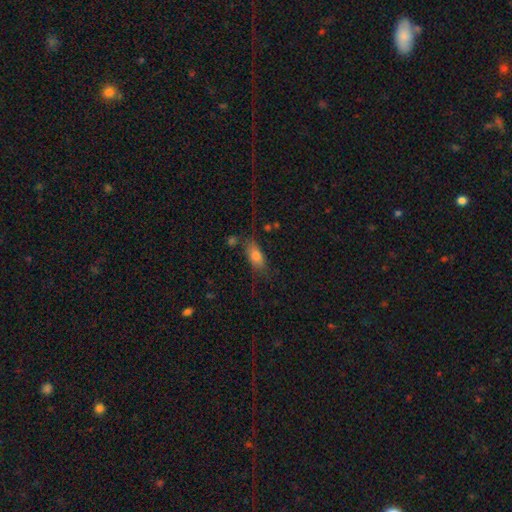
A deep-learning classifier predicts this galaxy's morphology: smooth-or-featured: smooth: 76% | featured or disk: 15% | star or artifact: 9%
  how-rounded: in between: 81% | cigar-shaped: 15% | round: 5%
  merging: none: 59% | minor disturbance: 22% | major disturbance: 12% | merger: 7%